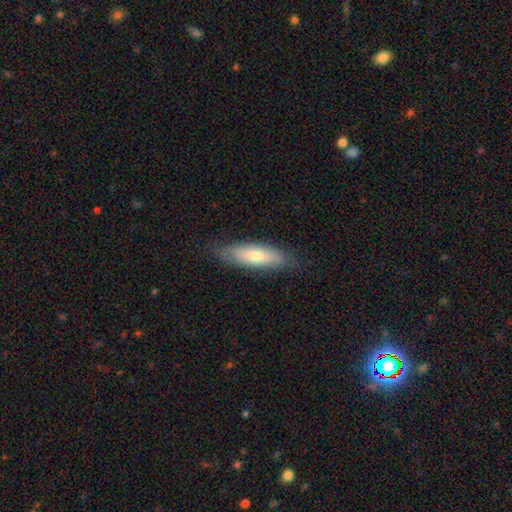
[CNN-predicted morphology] type=smooth (66%); roundness=in between (52%); merging=none (79%).